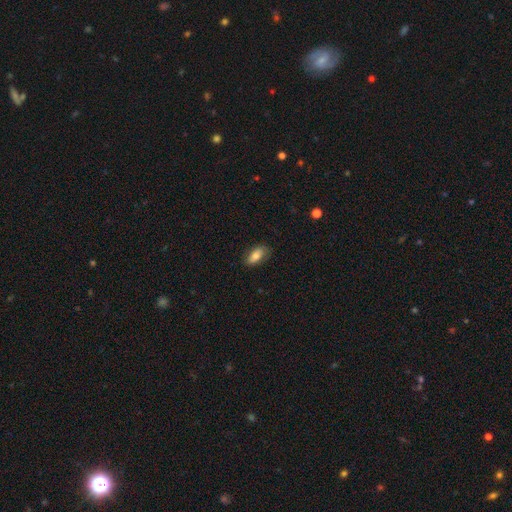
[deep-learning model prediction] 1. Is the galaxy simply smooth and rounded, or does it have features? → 76% smooth, 17% featured or disk, 7% star or artifact.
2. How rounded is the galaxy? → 89% in between, 8% cigar-shaped, 3% round.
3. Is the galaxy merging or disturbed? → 82% none, 14% minor disturbance, 3% major disturbance, 1% merger.